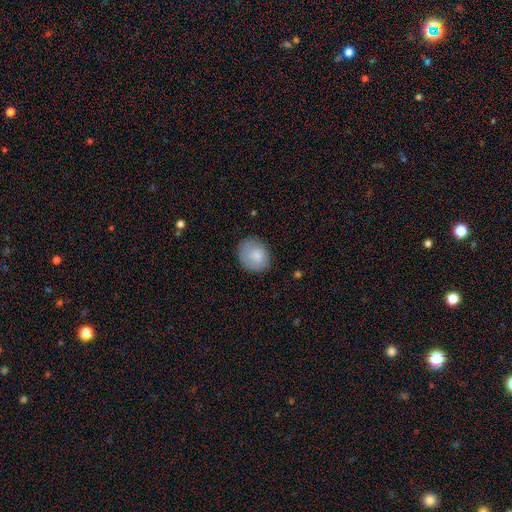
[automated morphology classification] This appears to be a smooth galaxy with no disk features (81%) that is round (61%). Merging: none (74%).